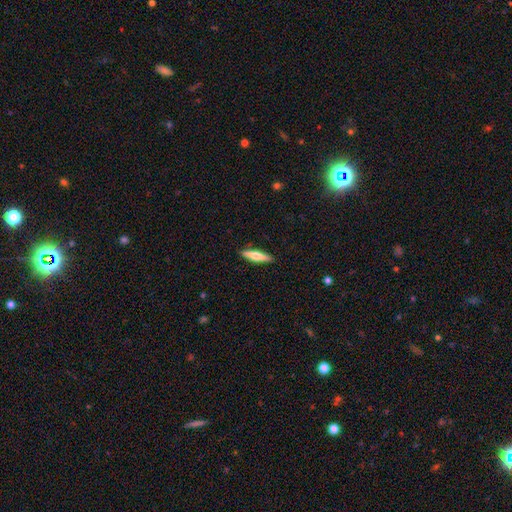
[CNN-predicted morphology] This is possibly a smooth galaxy (48%). Merging: clearly none (90%).